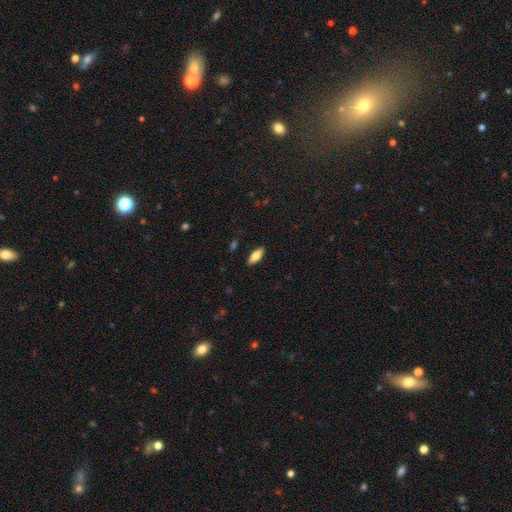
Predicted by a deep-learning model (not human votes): Overall: smooth (70%). How rounded: in between (75%). Merging: none (88%).